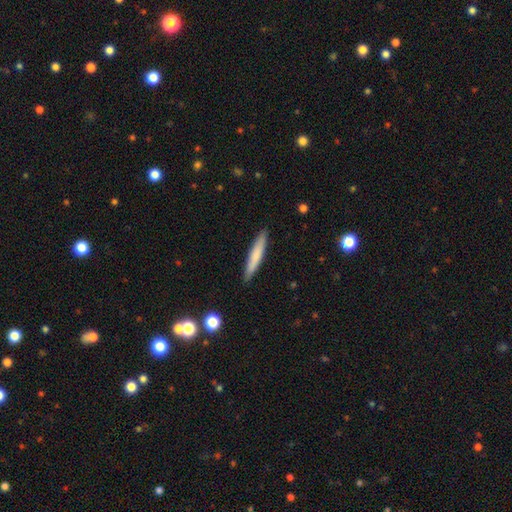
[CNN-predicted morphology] type=smooth (71%); roundness=cigar-shaped (93%); merging=none (90%).